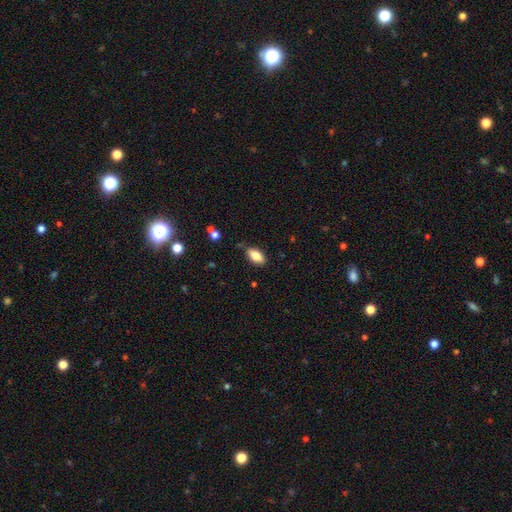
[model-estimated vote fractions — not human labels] Smooth or featured? Predicted: smooth (p=0.81). How rounded? Predicted: in between (p=0.90). Merging? Predicted: none (p=0.80).